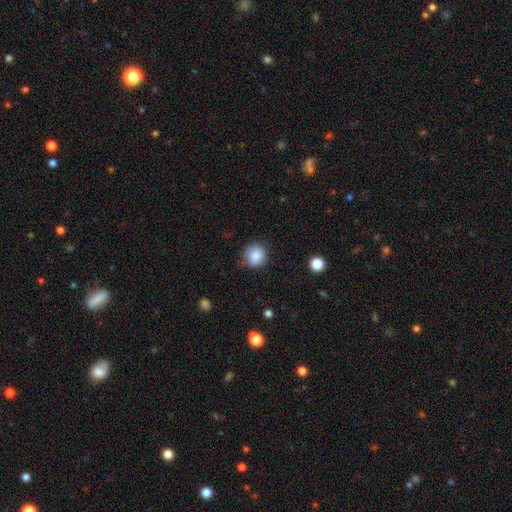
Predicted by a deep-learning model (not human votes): Morphology: type=smooth (84%); roundness=round (90%); merging=none (78%).